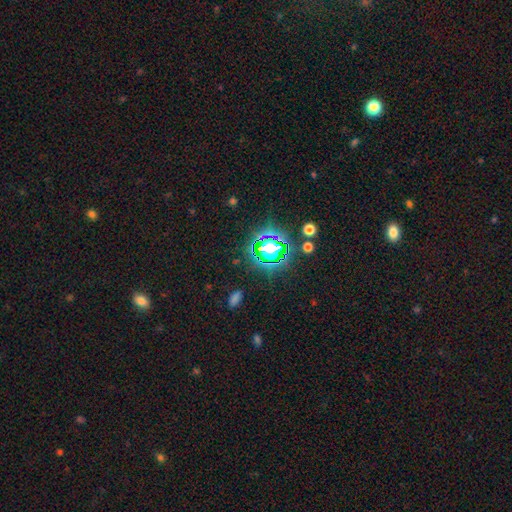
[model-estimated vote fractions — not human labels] Smooth or featured: star or artifact — 80% (smooth — 13%)